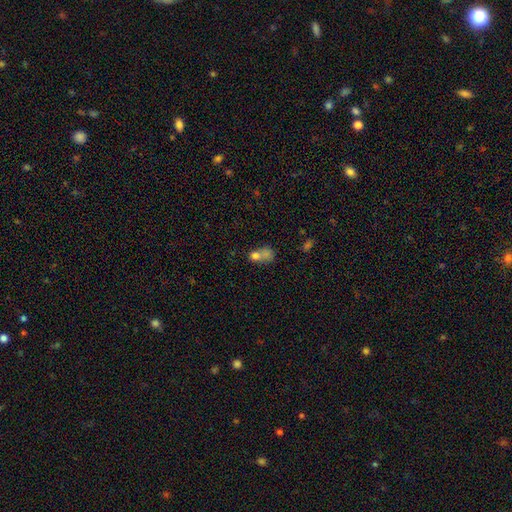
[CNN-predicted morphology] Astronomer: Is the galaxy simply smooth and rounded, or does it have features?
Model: smooth — 57%.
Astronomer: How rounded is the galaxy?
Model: round — 48%, tied with in between at 48%.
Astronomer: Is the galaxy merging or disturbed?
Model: merger — 43% (runner-up: none, 37%).